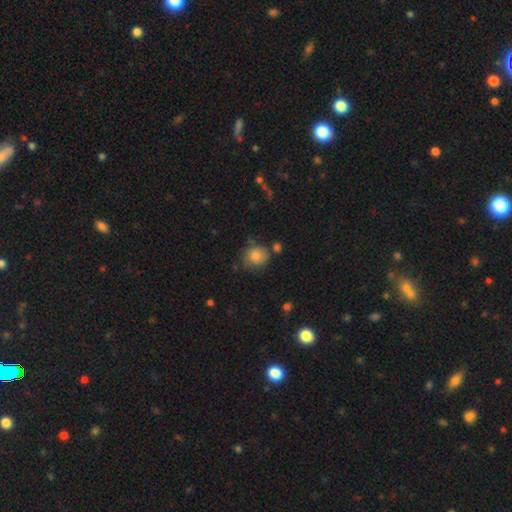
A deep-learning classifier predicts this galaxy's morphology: Overall: smooth (79%). How rounded: round (79%). Merging: none (67%).